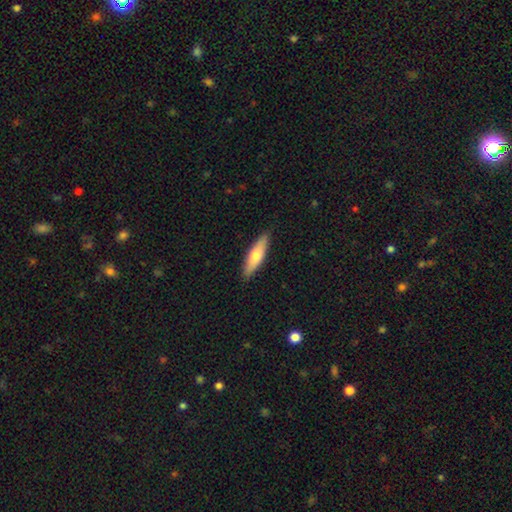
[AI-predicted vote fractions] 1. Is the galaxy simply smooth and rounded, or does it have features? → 62% smooth, 33% featured or disk, 5% star or artifact.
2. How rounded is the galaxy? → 67% cigar-shaped, 31% in between, 2% round.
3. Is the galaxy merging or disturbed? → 89% none, 8% minor disturbance, 2% major disturbance, 1% merger.